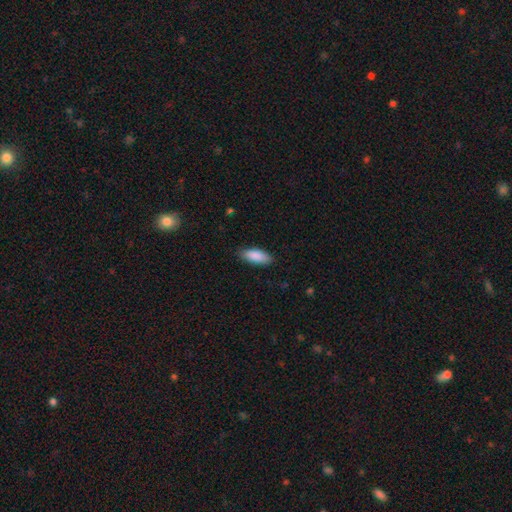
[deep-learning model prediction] This is clearly a smooth galaxy (89%). How rounded: likely in between (77%). Merging: clearly none (85%).